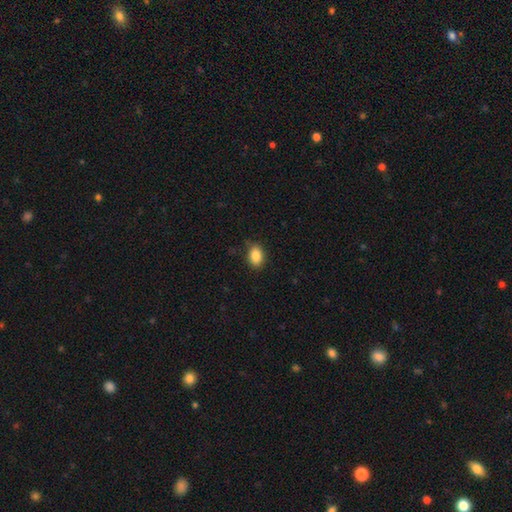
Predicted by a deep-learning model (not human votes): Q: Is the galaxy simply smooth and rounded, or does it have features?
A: smooth — 87%.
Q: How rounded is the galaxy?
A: in between — 84%.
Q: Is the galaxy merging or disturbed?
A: none — 83%.